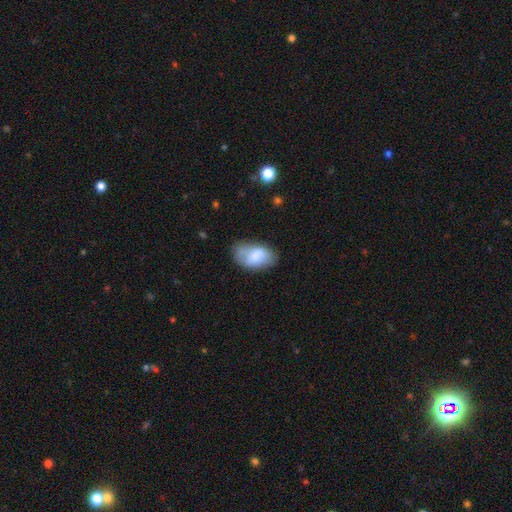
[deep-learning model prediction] Smooth or featured: smooth — 75% (featured or disk — 18%)
How rounded: in between — 93% (round — 6%)
Merging: none — 53% (minor disturbance — 30%)